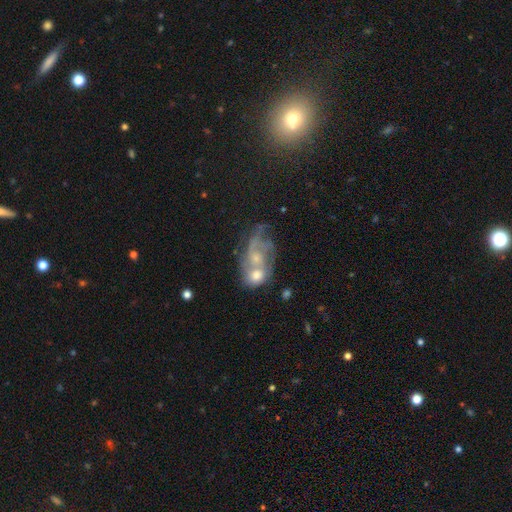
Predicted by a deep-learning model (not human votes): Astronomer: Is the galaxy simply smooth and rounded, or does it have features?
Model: featured or disk — 59%.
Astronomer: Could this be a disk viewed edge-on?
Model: no — 97%.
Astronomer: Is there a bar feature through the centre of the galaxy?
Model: no — 80%.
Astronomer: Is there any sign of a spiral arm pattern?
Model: yes — 60% (runner-up: no, 40%).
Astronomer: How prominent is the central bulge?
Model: small — 49% (runner-up: moderate, 34%).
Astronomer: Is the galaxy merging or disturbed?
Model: merger — 61%.